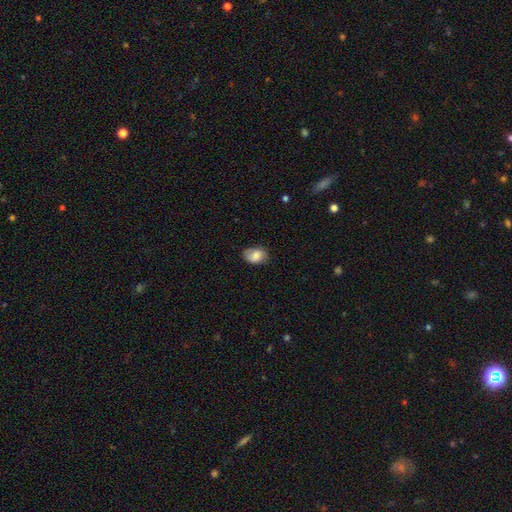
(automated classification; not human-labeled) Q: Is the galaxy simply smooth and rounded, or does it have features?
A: smooth — 77%.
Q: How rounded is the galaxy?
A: in between — 76%.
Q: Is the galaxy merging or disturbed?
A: none — 71%.